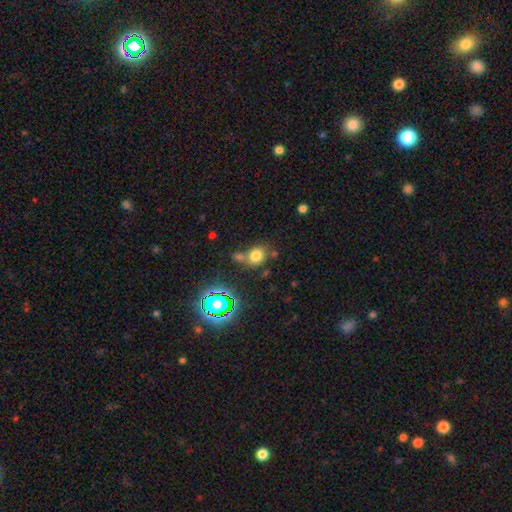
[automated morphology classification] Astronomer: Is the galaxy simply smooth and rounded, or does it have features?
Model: smooth — 73%.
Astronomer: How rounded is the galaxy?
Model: round — 62%.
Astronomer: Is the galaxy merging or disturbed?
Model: none — 56%.